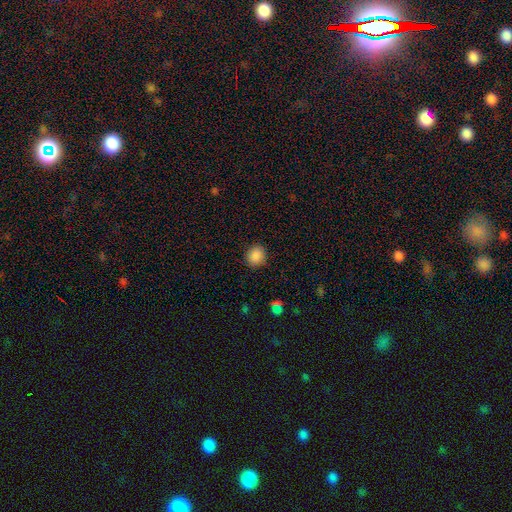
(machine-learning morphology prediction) A smooth galaxy with no disk features (87%) that is round (80%). Merging: none (88%).